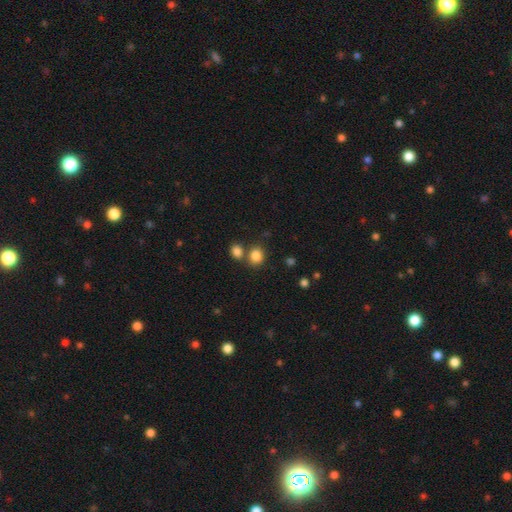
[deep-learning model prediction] Smooth or featured? Predicted: smooth (p=0.84). How rounded? Predicted: round (p=0.68). Merging? Predicted: none (p=0.60).